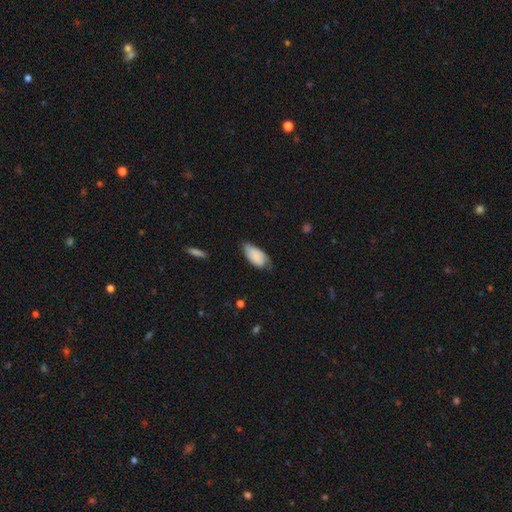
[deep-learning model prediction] Smooth or featured? smooth (74%)
How rounded? in between (93%)
Merging? none (46%)